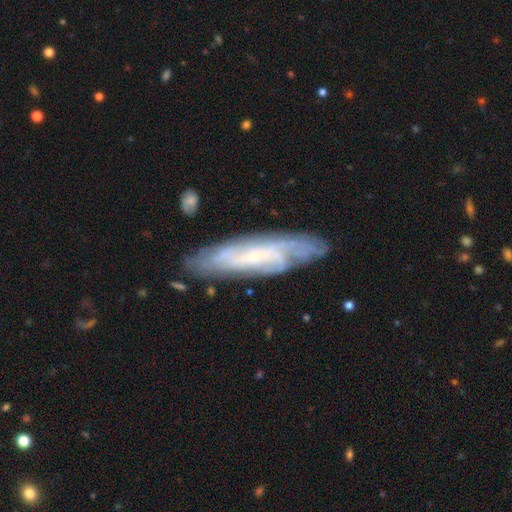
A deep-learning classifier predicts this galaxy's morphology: smooth_or_featured: featured or disk (p=0.69) [alt: smooth p=0.24]
disk_edge_on: no (p=0.66) [alt: yes p=0.34]
merging: none (p=0.77) [alt: minor disturbance p=0.16]